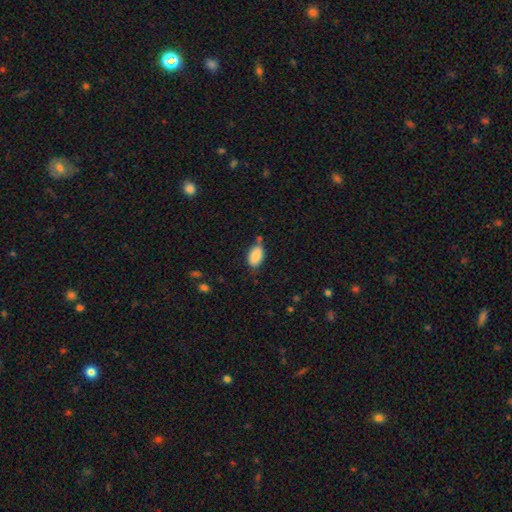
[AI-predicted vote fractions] A smooth galaxy with no disk features (88%) that is in between round and cigar-shaped (93%).

Vote fractions:
- Smooth or featured? smooth: 88% / star or artifact: 7% / featured or disk: 5%
- How rounded? in between: 93% / round: 5% / cigar-shaped: 2%
- Merging? none: 66% / minor disturbance: 22% / merger: 8% / major disturbance: 4%